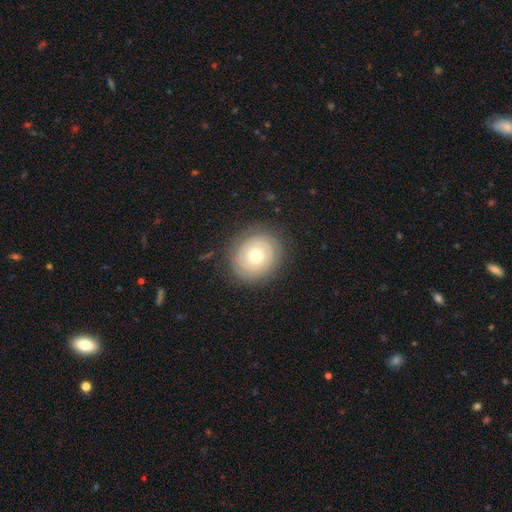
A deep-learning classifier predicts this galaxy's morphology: type=featured or disk (51%); edge-on=no (96%); merging=none (85%).